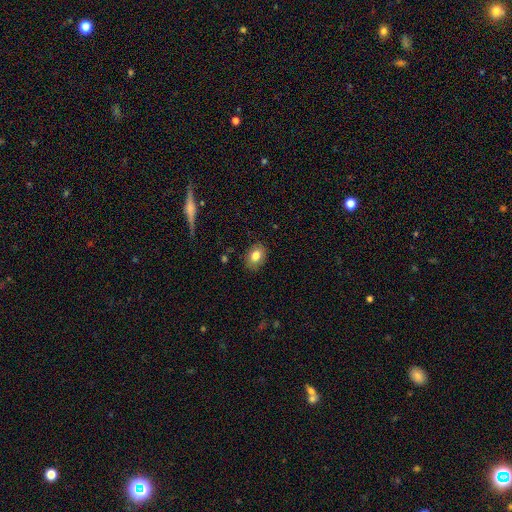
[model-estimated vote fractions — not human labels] A smooth galaxy with no disk features (81%) that is in between round and cigar-shaped (68%). Merging: none (86%).